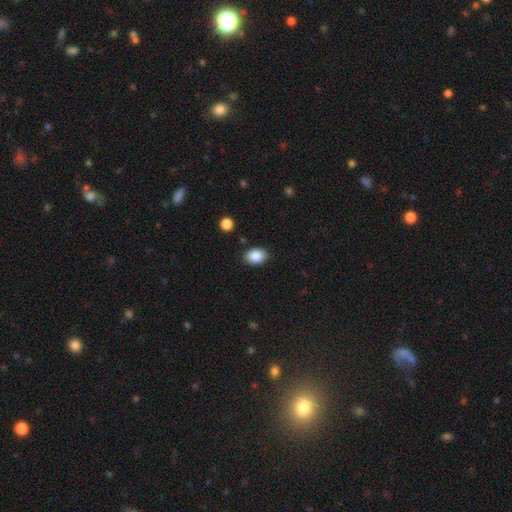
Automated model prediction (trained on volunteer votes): Smooth or featured?
  - smooth: 87% *
  - star or artifact: 8%
  - featured or disk: 5%
How rounded?
  - in between: 79% *
  - round: 20%
  - cigar-shaped: 1%
Merging?
  - none: 87% *
  - minor disturbance: 9%
  - major disturbance: 2%
  - merger: 2%